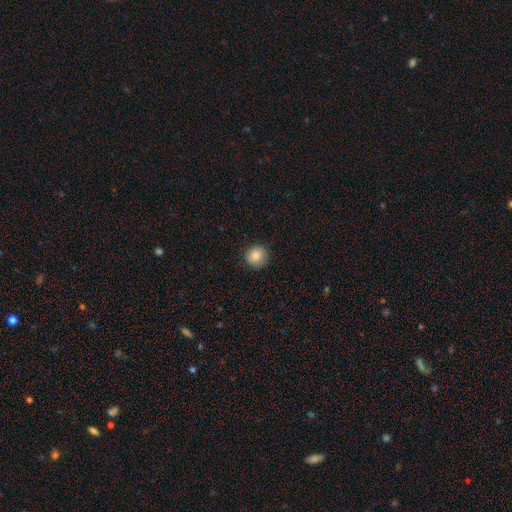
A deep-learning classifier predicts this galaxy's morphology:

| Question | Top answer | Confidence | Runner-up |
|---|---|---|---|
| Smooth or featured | smooth | 85% | star or artifact (9%) |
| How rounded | round | 92% | in between (7%) |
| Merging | none | 89% | minor disturbance (8%) |